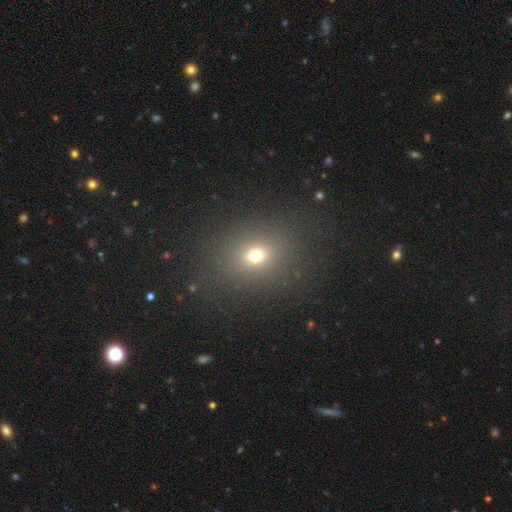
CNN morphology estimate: smooth 69%, star or artifact 21%, featured or disk 10%. Down the decision tree: how rounded — round (54%); merging — none (83%).